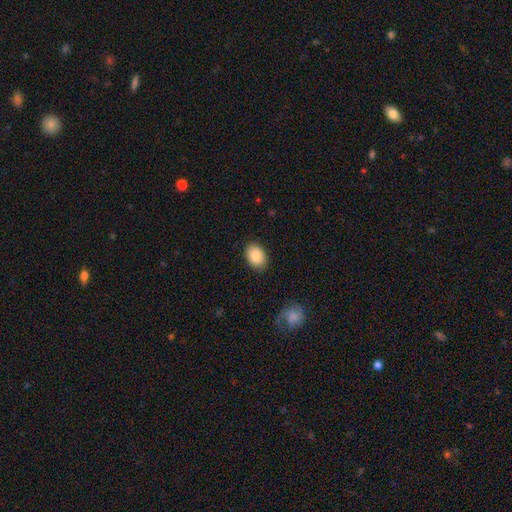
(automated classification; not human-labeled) A smooth galaxy with no disk features (88%) that is in between round and cigar-shaped (79%).

Vote fractions:
- Smooth or featured? smooth: 88% / star or artifact: 7% / featured or disk: 5%
- How rounded? in between: 79% / round: 20% / cigar-shaped: 1%
- Merging? none: 88% / minor disturbance: 9% / major disturbance: 2% / merger: 1%